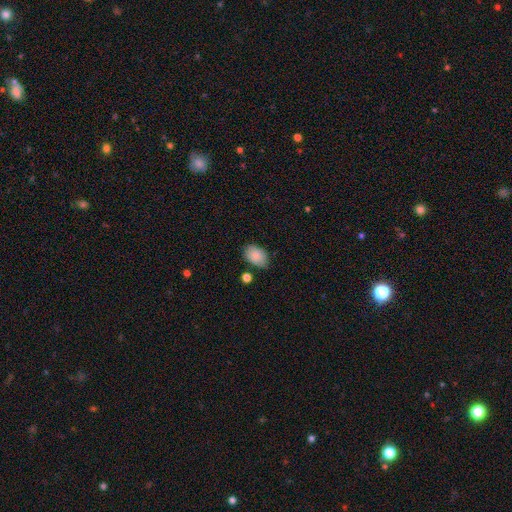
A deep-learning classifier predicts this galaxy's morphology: smooth_or_featured: smooth (p=0.86) [alt: star or artifact p=0.07]
how_rounded: in between (p=0.87) [alt: round p=0.12]
merging: none (p=0.78) [alt: minor disturbance p=0.15]